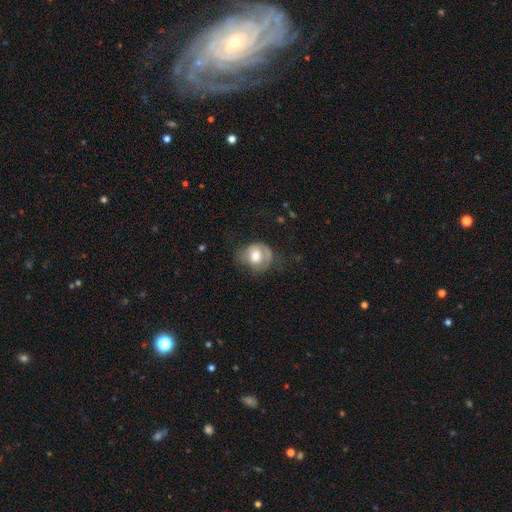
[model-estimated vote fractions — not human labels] Smooth or featured? smooth (58%)
How rounded? round (63%)
Merging? none (43%)